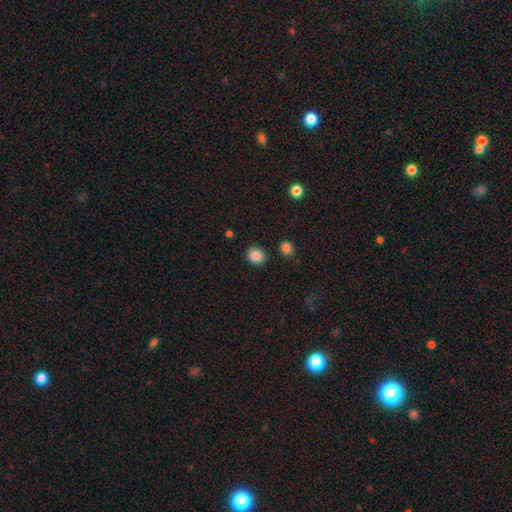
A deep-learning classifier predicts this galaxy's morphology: Smooth or featured?
  - smooth: 85% *
  - star or artifact: 10%
  - featured or disk: 5%
How rounded?
  - round: 83% *
  - in between: 17%
  - cigar-shaped: 1%
Merging?
  - none: 90% *
  - minor disturbance: 6%
  - merger: 2%
  - major disturbance: 2%